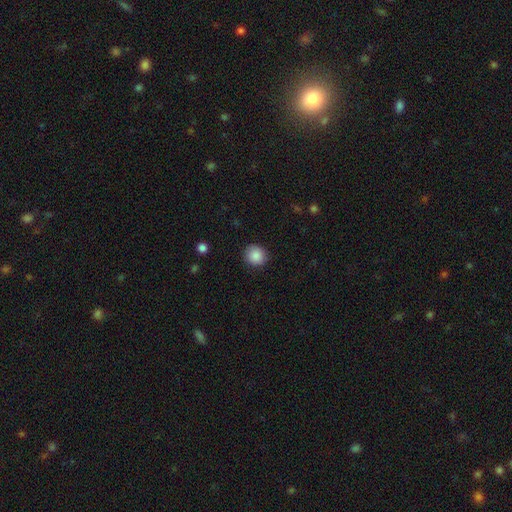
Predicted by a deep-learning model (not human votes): Smooth or featured? Predicted: smooth (p=0.88). How rounded? Predicted: round (p=0.88). Merging? Predicted: none (p=0.88).